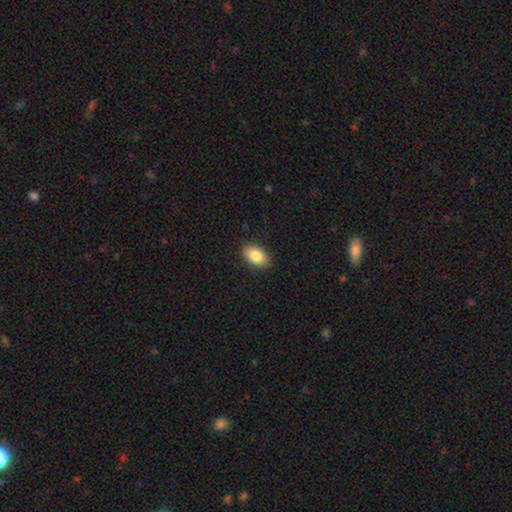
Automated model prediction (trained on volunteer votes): Q: Smooth or featured?
A: smooth (85%); runner-up: featured or disk (8%)
Q: How rounded?
A: in between (89%); runner-up: round (9%)
Q: Merging?
A: none (89%); runner-up: minor disturbance (8%)